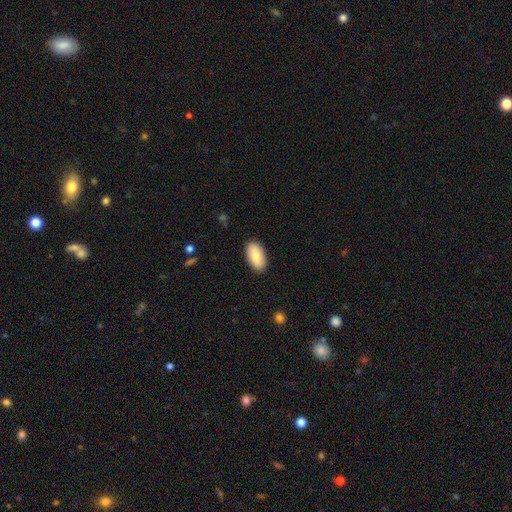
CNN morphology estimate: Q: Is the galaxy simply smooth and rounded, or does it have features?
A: smooth — 80%.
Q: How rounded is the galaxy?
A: in between — 94%.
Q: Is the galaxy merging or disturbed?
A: none — 88%.